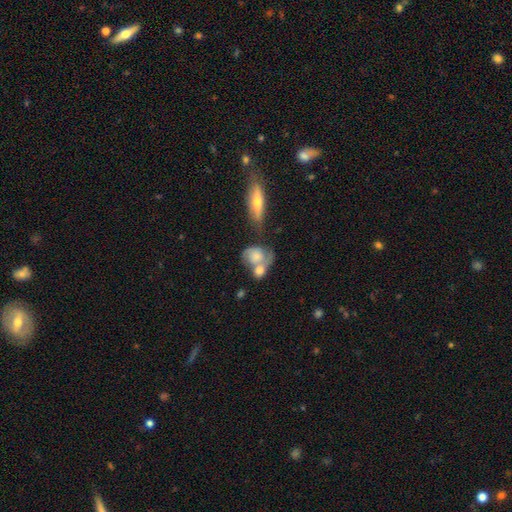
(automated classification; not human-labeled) smooth-or-featured: featured or disk: 47% | smooth: 45% | star or artifact: 8%
  merging: merger: 47% | none: 29% | minor disturbance: 14% | major disturbance: 9%